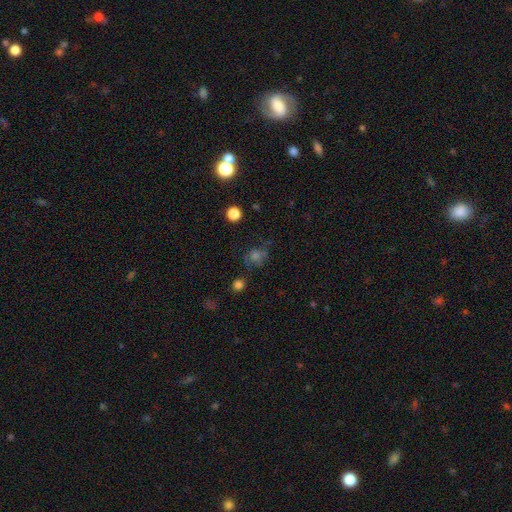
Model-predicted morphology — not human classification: smooth_or_featured: smooth (p=0.46) [alt: star or artifact p=0.34]
merging: none (p=0.64) [alt: minor disturbance p=0.19]